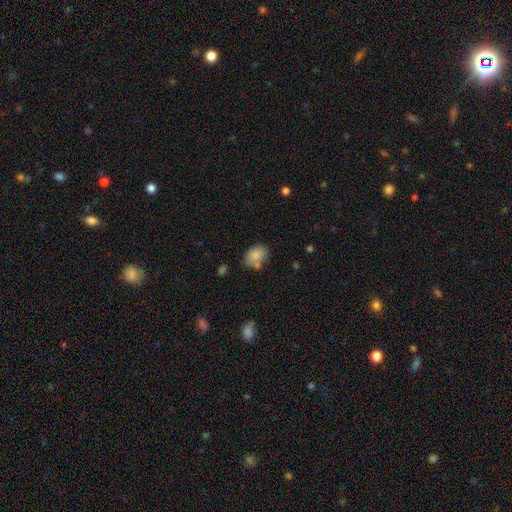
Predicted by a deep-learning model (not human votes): Smooth or featured? smooth (82%)
How rounded? in between (73%)
Merging? none (63%)